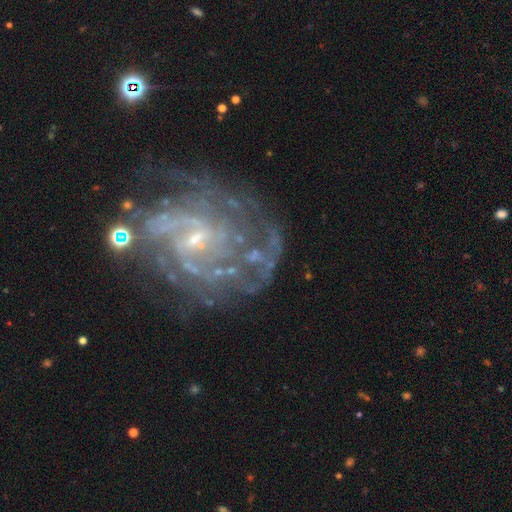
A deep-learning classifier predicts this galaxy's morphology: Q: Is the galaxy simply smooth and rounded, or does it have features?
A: featured or disk — 85%.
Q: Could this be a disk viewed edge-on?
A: no — 98%.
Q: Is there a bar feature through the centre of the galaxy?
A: weak — 51%.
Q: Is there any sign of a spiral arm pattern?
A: yes — 92%.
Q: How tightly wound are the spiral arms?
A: tight — 45%.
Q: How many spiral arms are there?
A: can't tell — 33%.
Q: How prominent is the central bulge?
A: small — 71%.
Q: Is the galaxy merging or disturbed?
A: none — 59%.